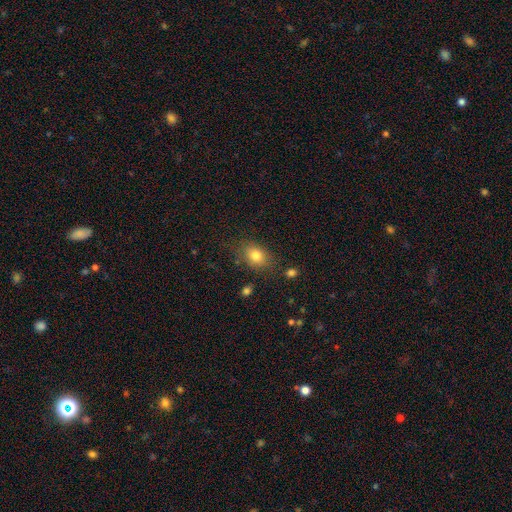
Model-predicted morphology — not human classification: Overall: smooth (81%). How rounded: in between (66%; round 33%). Merging: none (77%).